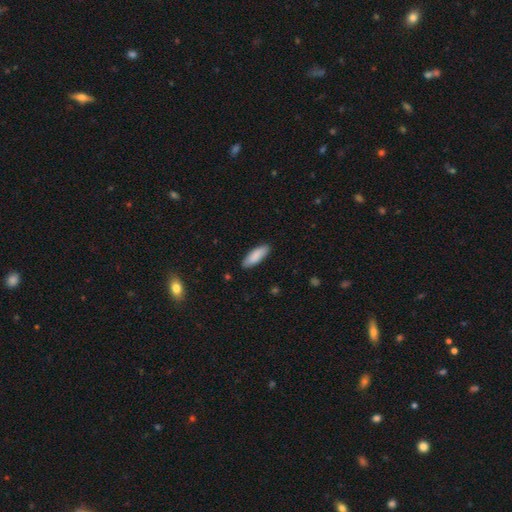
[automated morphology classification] This appears to be a smooth galaxy with no disk features (87%) that is in between round and cigar-shaped (63%). Merging: none (87%).